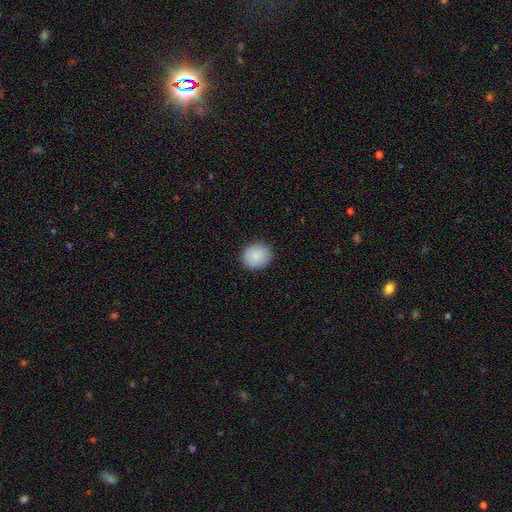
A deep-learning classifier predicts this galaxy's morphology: Smooth or featured: smooth — 88% (star or artifact — 7%)
How rounded: round — 76% (in between — 23%)
Merging: none — 89% (minor disturbance — 8%)